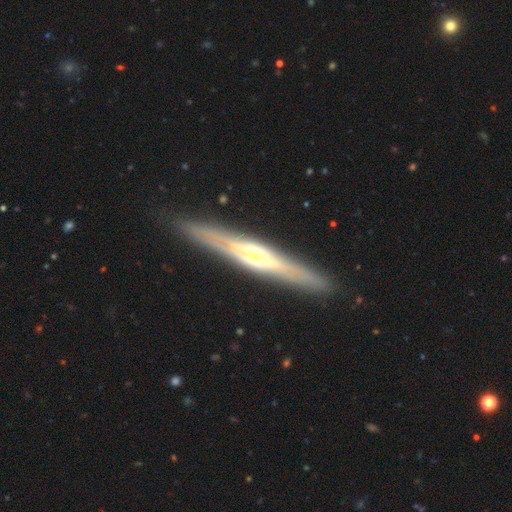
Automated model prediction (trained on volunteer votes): A featured or disk galaxy (80%) viewed edge-on (94%) with a rounded central bulge (72%). Merging: none (89%).